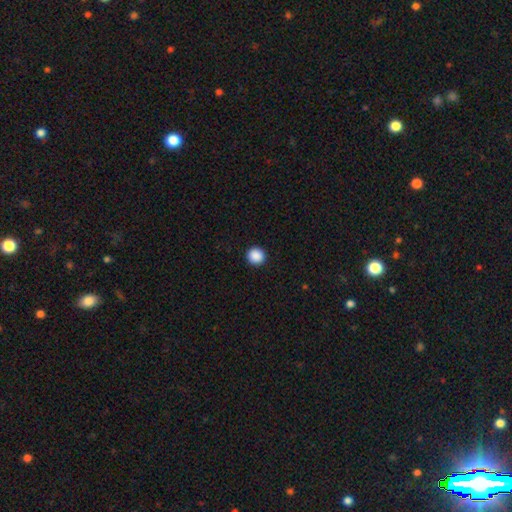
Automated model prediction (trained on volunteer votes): smooth-or-featured: smooth: 89% | star or artifact: 9% | featured or disk: 2%
  how-rounded: round: 94% | in between: 5% | cigar-shaped: 1%
  merging: none: 94% | minor disturbance: 4% | major disturbance: 1% | merger: 1%